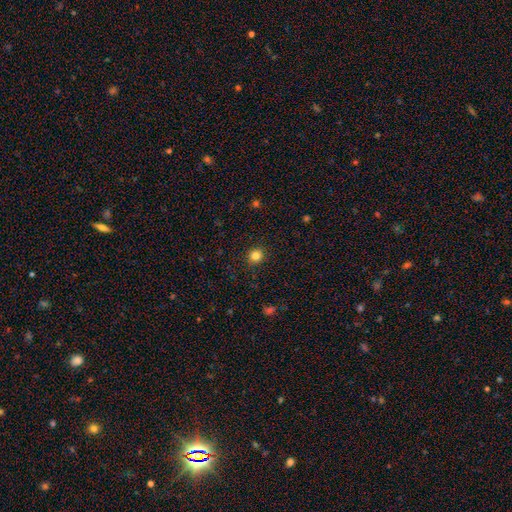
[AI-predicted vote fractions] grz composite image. It shows a smooth galaxy with no disk features (83%) that is round (90%). Merging: none (91%).